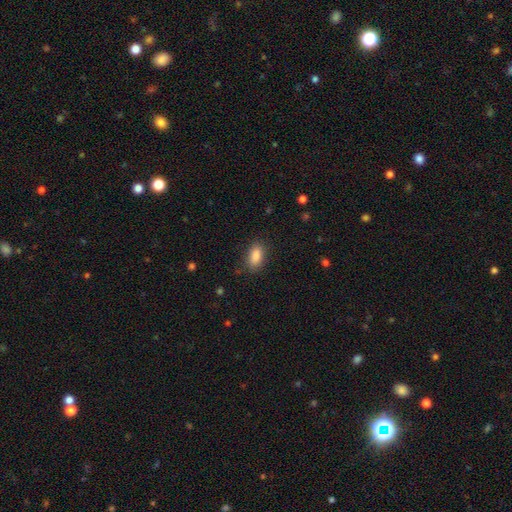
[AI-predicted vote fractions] Q: Smooth or featured?
A: smooth (88%); runner-up: star or artifact (8%)
Q: How rounded?
A: in between (90%); runner-up: cigar-shaped (6%)
Q: Merging?
A: none (84%); runner-up: minor disturbance (12%)